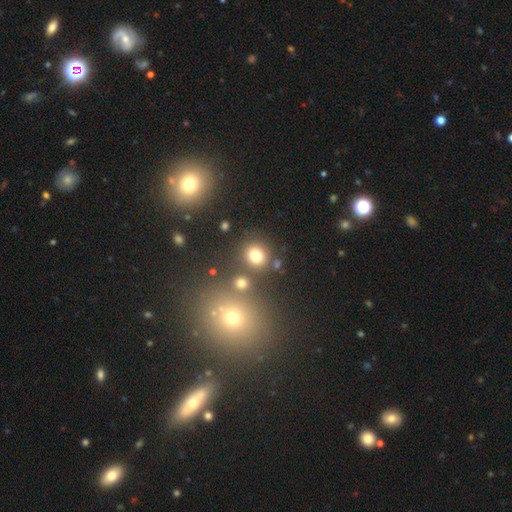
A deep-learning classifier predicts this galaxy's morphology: smooth_or_featured: smooth (p=0.75) [alt: star or artifact p=0.17]
how_rounded: round (p=0.81) [alt: in between p=0.18]
merging: none (p=0.76) [alt: merger p=0.11]